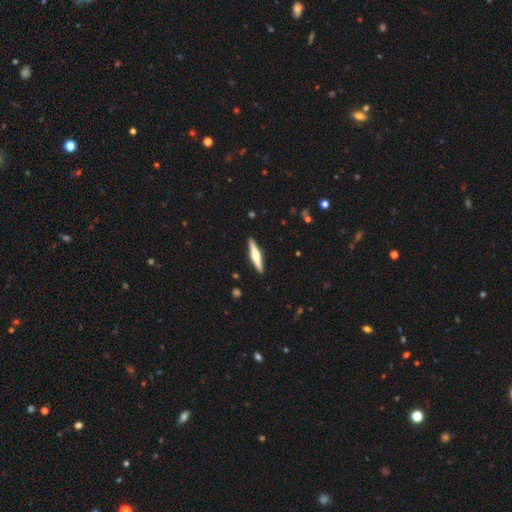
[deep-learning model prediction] This is likely a featured or disk galaxy (66%). It is clearly viewed edge-on (98%). Edge-on bulge: clearly rounded (89%). Merging: clearly none (91%).